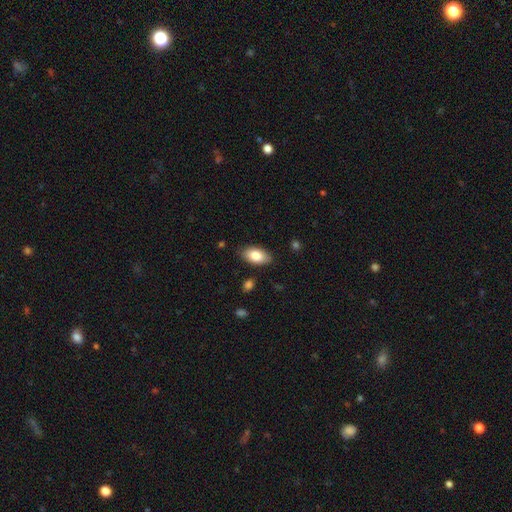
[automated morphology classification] Overall: smooth (83%). How rounded: in between (94%). Merging: none (85%).